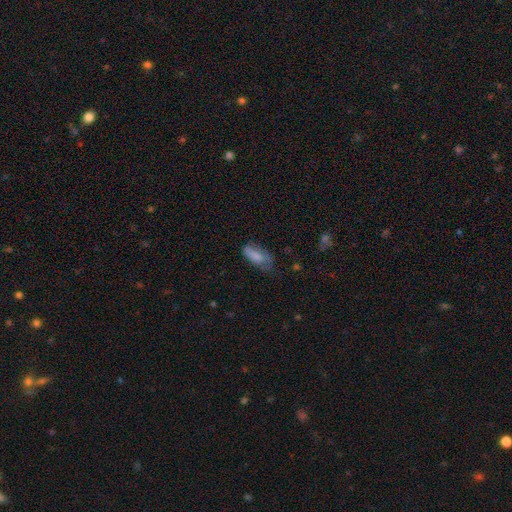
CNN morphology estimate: Smooth or featured? Predicted: smooth (p=0.76). How rounded? Predicted: in between (p=0.84). Merging? Predicted: none (p=0.50).